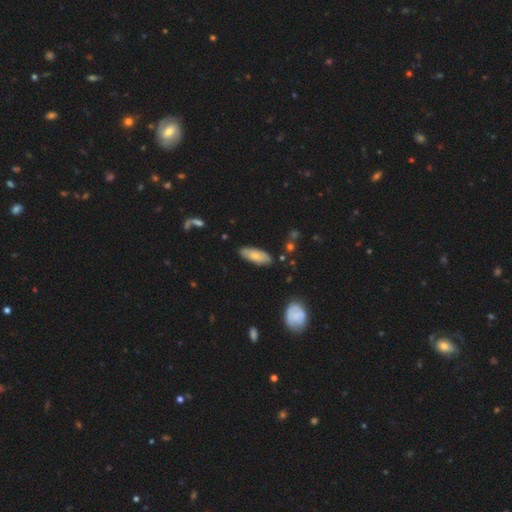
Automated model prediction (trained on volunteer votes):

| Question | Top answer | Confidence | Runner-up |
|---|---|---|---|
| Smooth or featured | smooth | 71% | featured or disk (22%) |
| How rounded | in between | 73% | cigar-shaped (25%) |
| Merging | none | 82% | minor disturbance (14%) |